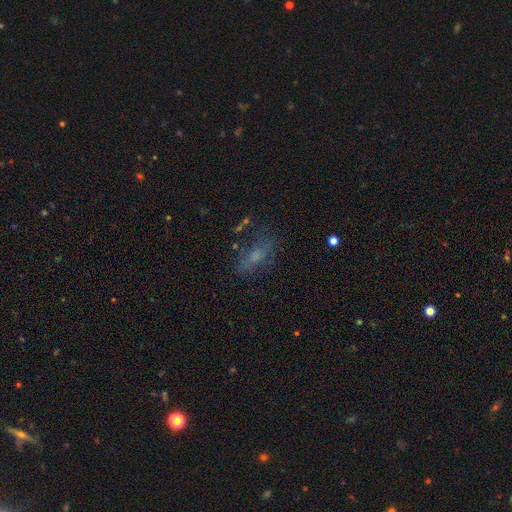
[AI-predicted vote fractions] The model was most divided on "smooth or featured": smooth: 51%, featured or disk: 31%, star or artifact: 19%. More confident: how rounded — in between (70%); merging — none (59%).